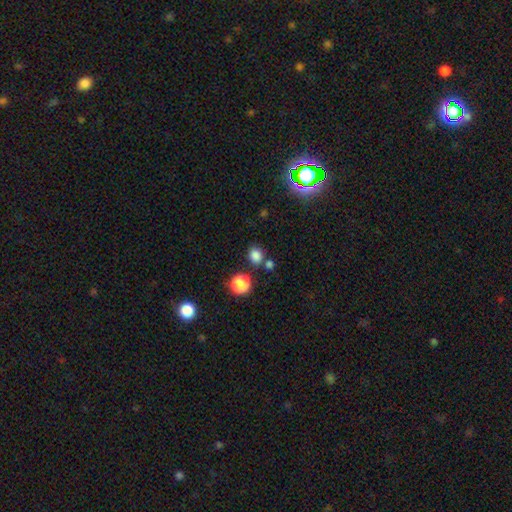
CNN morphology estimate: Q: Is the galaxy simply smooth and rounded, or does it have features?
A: smooth — 80%.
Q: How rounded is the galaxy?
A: round — 66%.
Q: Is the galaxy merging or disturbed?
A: none — 73%.